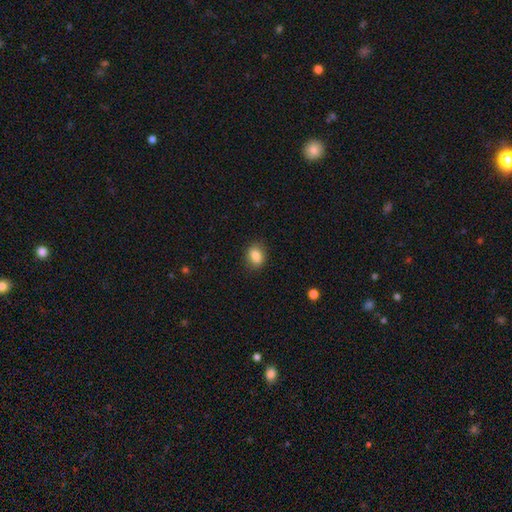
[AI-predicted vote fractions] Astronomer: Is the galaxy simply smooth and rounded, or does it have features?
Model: smooth — 84%.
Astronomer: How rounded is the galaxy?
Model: in between — 59% (runner-up: round, 40%).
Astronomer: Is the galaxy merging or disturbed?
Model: none — 86%.